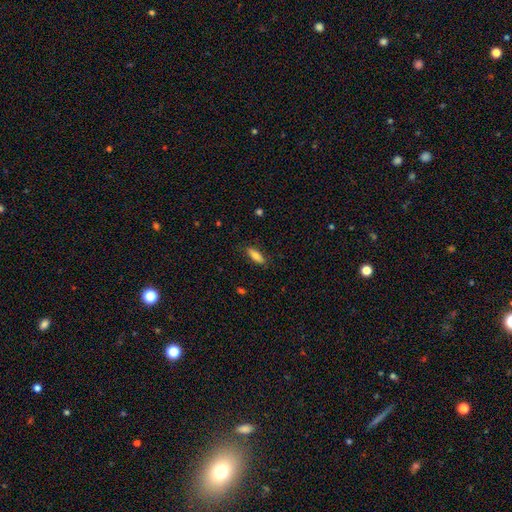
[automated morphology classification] Q: Smooth or featured?
A: smooth (77%); runner-up: featured or disk (17%)
Q: How rounded?
A: in between (58%); runner-up: cigar-shaped (40%)
Q: Merging?
A: none (83%); runner-up: minor disturbance (13%)